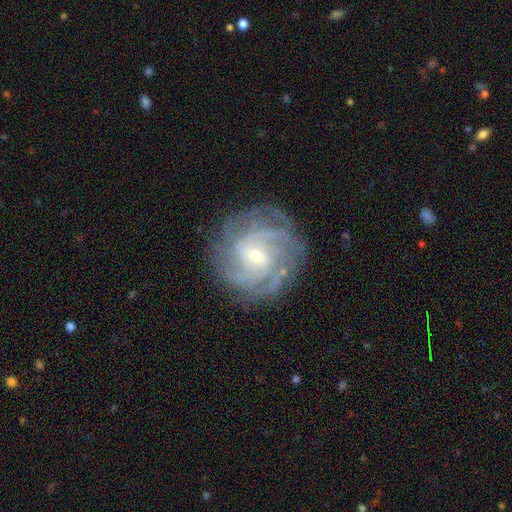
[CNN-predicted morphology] Smooth or featured: featured or disk — 89% (star or artifact — 6%)
Edge-on disk: no — 98% (yes — 2%)
Bar: no — 54% (weak — 37%)
Spiral arms: yes — 97% (no — 3%)
Spiral winding: tight — 66% (medium — 29%)
Spiral arm count: 4 — 31% (can't tell — 21%)
Bulge size: small — 66% (moderate — 30%)
Merging: none — 81% (minor disturbance — 13%)